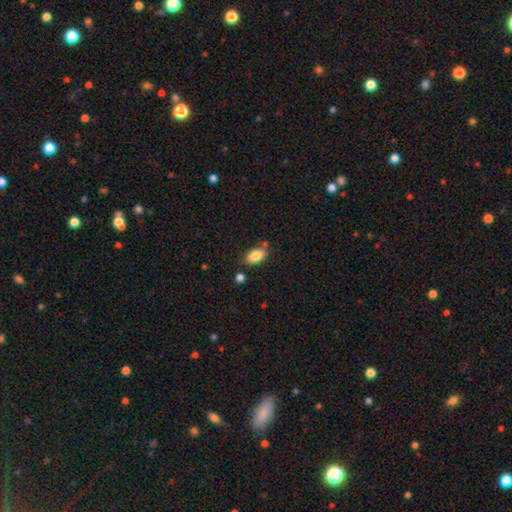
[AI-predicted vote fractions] The model was most divided on "merging": none: 71%, minor disturbance: 16%, merger: 9%, major disturbance: 4%. More confident: how rounded — in between (91%); smooth or featured — smooth (85%).